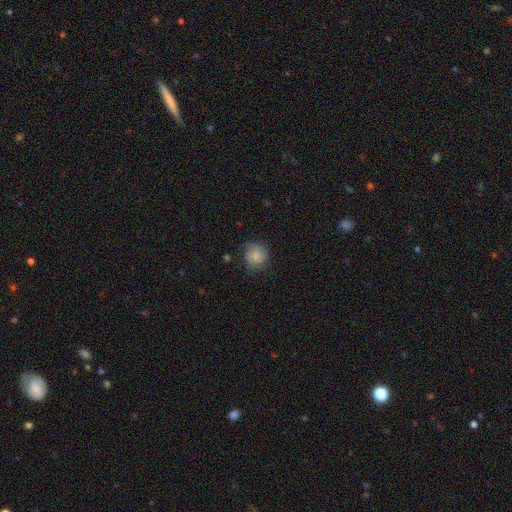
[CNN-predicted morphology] Smooth or featured? smooth (77%)
How rounded? round (83%)
Merging? none (66%)